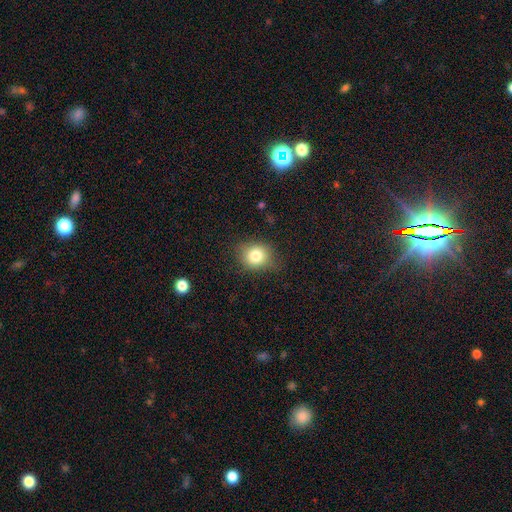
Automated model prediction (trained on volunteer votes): Smooth or featured? smooth (79%)
How rounded? round (68%)
Merging? none (76%)